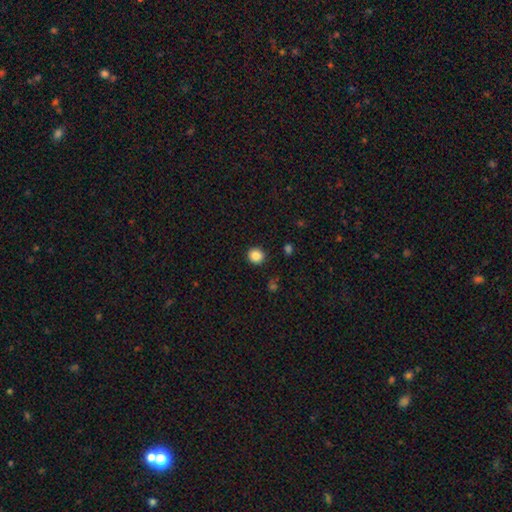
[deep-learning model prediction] Morphology: type=smooth (86%); roundness=round (92%); merging=none (91%).